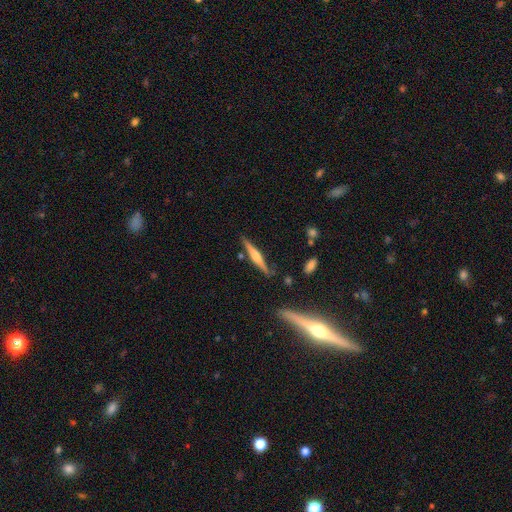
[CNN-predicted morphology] The model was most divided on "smooth or featured": featured or disk: 67%, smooth: 27%, star or artifact: 6%. More confident: edge-on disk — yes (97%); merging — none (83%); edge-on bulge — rounded (76%).